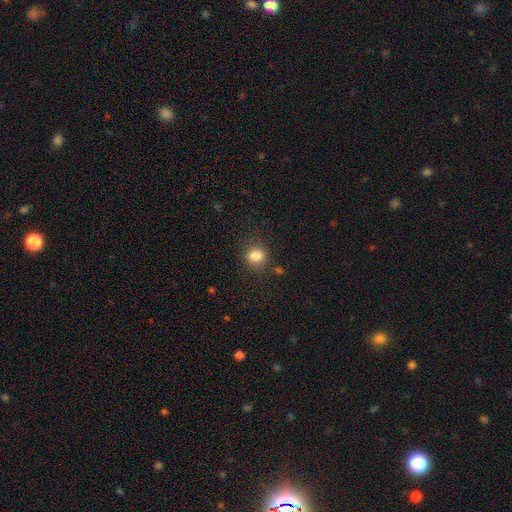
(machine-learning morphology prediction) smooth 83%, star or artifact 12%, featured or disk 5%. Down the decision tree: how rounded — round (85%); merging — none (85%).